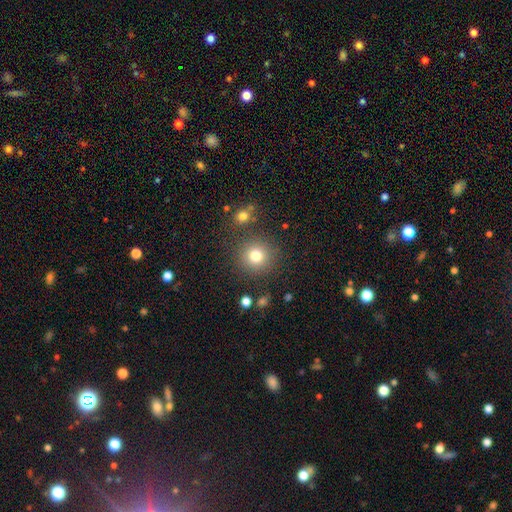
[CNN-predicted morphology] Smooth or featured? smooth (79%)
How rounded? round (93%)
Merging? none (84%)